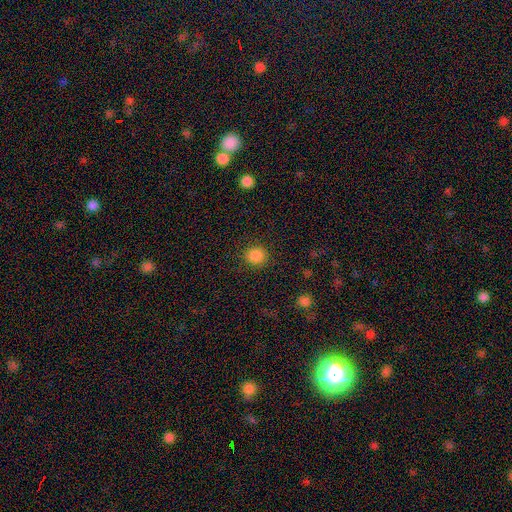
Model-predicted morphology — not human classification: Smooth or featured? Predicted: smooth (p=0.86). How rounded? Predicted: round (p=0.88). Merging? Predicted: none (p=0.89).